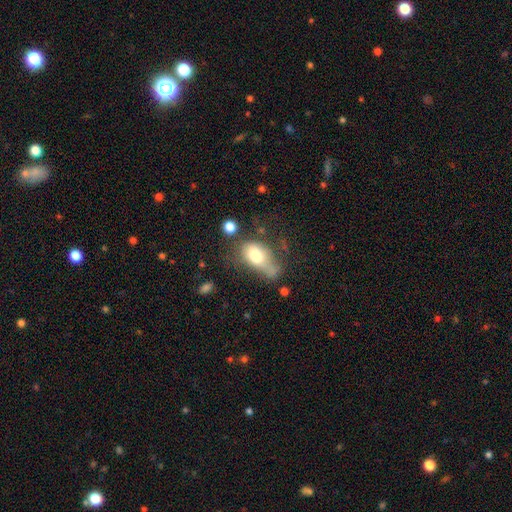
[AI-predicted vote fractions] Smooth or featured? Predicted: smooth (p=0.71). How rounded? Predicted: in between (p=0.85). Merging? Predicted: major disturbance (p=0.34).